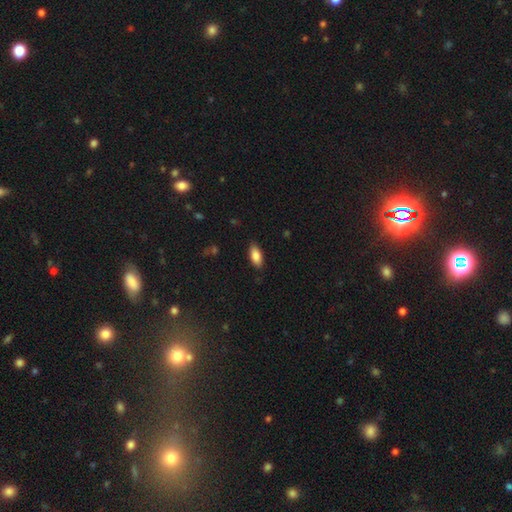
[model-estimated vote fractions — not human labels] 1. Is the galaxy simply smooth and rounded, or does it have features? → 85% smooth, 9% featured or disk, 7% star or artifact.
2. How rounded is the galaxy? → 85% in between, 13% cigar-shaped, 2% round.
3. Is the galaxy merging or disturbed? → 86% none, 11% minor disturbance, 2% major disturbance, 1% merger.